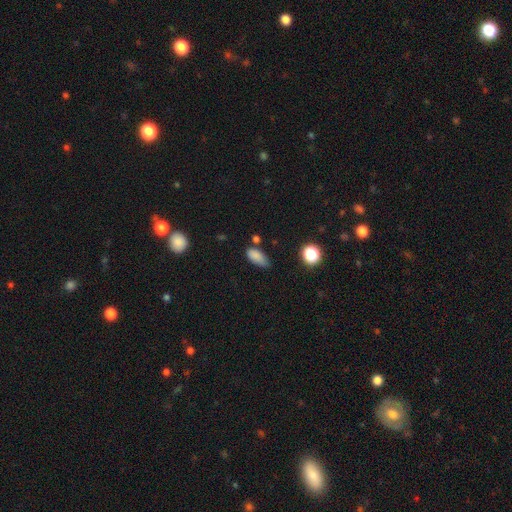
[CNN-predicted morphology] A smooth galaxy with no disk features (83%) that is in between round and cigar-shaped (85%). Merging: none (55%).